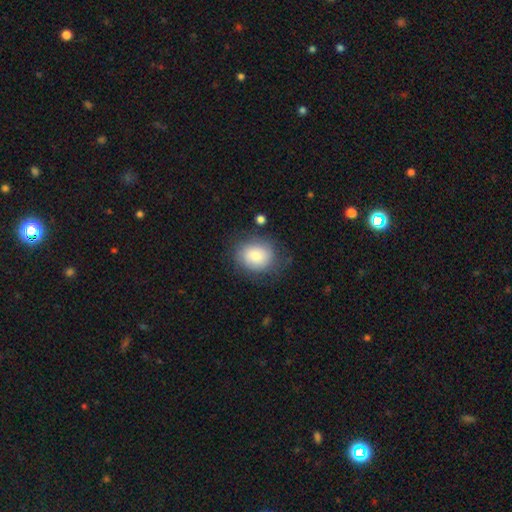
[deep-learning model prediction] smooth 76%, featured or disk 16%, star or artifact 8%. Down the decision tree: how rounded — round (56%); merging — none (69%).